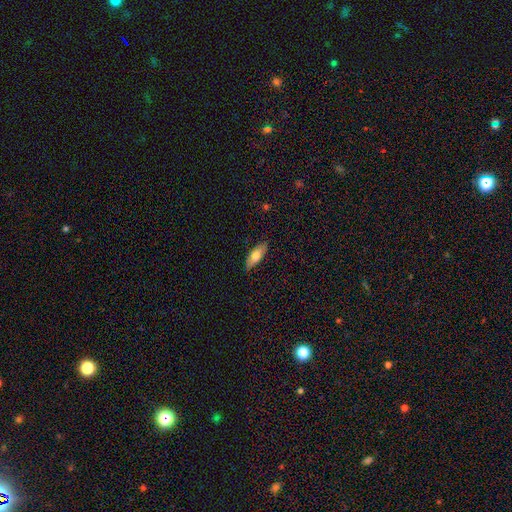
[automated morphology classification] This is likely a smooth galaxy (68%). How rounded: likely in between (68%). Merging: clearly none (86%).